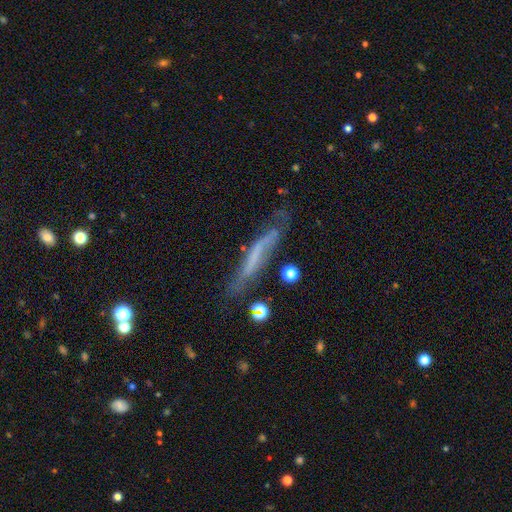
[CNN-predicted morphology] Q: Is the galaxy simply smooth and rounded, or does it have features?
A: featured or disk — 57%.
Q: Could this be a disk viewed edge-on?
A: yes — 66%.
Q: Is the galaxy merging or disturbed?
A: none — 57%.